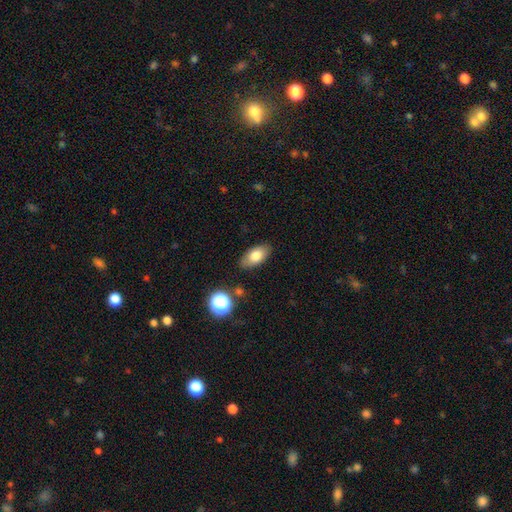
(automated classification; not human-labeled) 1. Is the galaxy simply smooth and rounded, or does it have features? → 78% smooth, 14% featured or disk, 8% star or artifact.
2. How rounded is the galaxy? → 90% in between, 6% round, 4% cigar-shaped.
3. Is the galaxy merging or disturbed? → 84% none, 12% minor disturbance, 3% major disturbance, 2% merger.